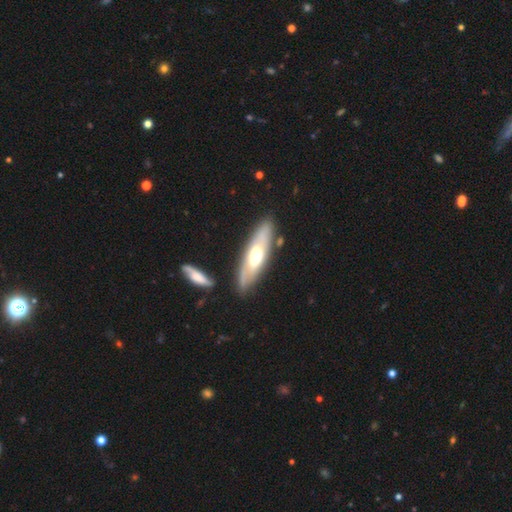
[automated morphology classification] Smooth or featured? Predicted: featured or disk (p=0.57). Edge-on disk? Predicted: yes (p=0.50, tied with no). Merging? Predicted: none (p=0.78).